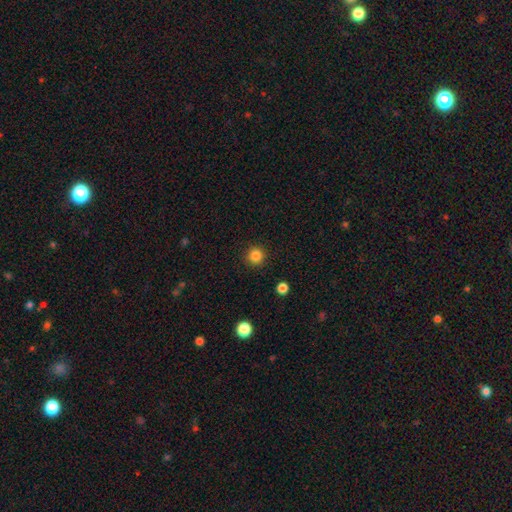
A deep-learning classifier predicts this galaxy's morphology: Smooth or featured?
  - smooth: 84% *
  - star or artifact: 12%
  - featured or disk: 4%
How rounded?
  - round: 95% *
  - in between: 4%
  - cigar-shaped: 1%
Merging?
  - none: 92% *
  - minor disturbance: 5%
  - major disturbance: 2%
  - merger: 1%